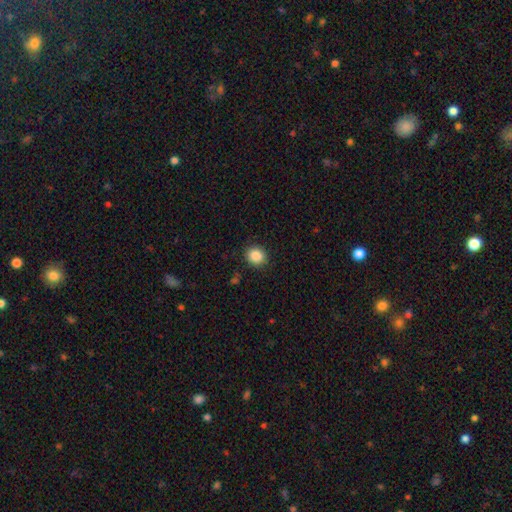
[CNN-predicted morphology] The model was most divided on "how rounded": round: 79%, in between: 20%, cigar-shaped: 1%. More confident: merging — none (88%); smooth or featured — smooth (87%).